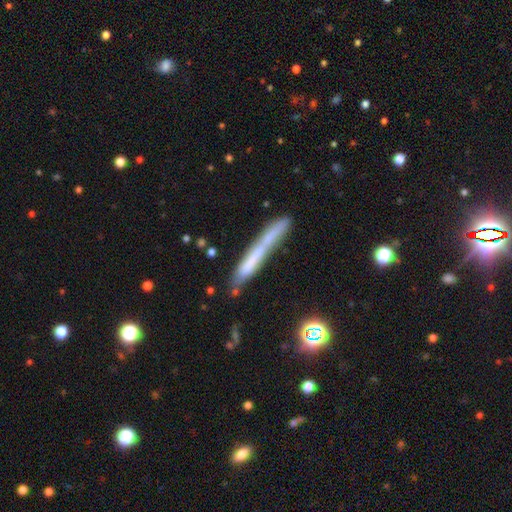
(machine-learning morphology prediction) Smooth or featured? smooth (49%)
Merging? none (60%)